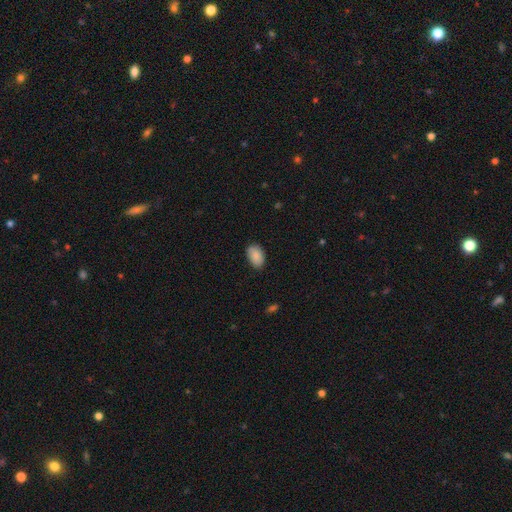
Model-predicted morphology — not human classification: Q: Smooth or featured?
A: smooth (88%); runner-up: star or artifact (7%)
Q: How rounded?
A: in between (91%); runner-up: round (8%)
Q: Merging?
A: none (80%); runner-up: minor disturbance (17%)